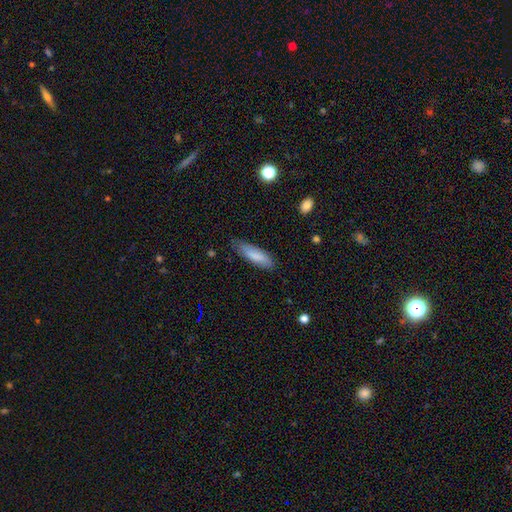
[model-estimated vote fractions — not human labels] Morphology: type=smooth (82%); roundness=cigar-shaped (53%); merging=none (72%).